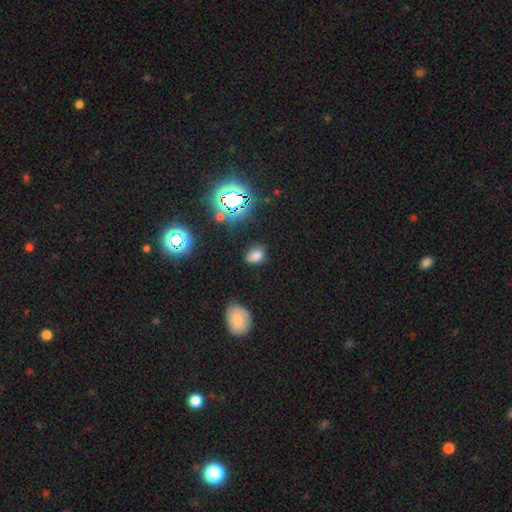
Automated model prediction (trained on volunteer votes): The model was most divided on "smooth or featured": smooth: 73%, star or artifact: 20%, featured or disk: 7%. More confident: how rounded — in between (78%); merging — none (76%).